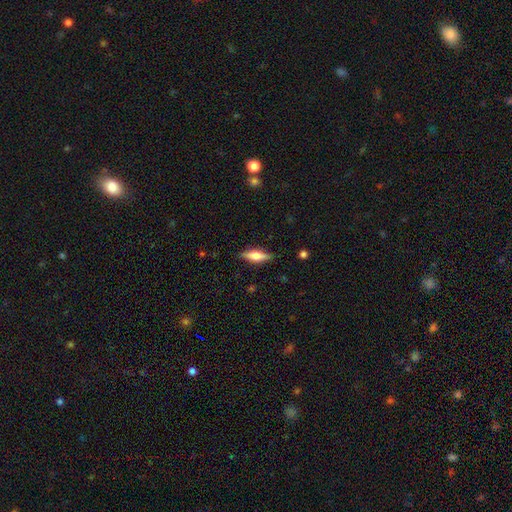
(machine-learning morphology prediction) smooth 48%, featured or disk 46%, star or artifact 6%. Down the decision tree: merging — none (87%).